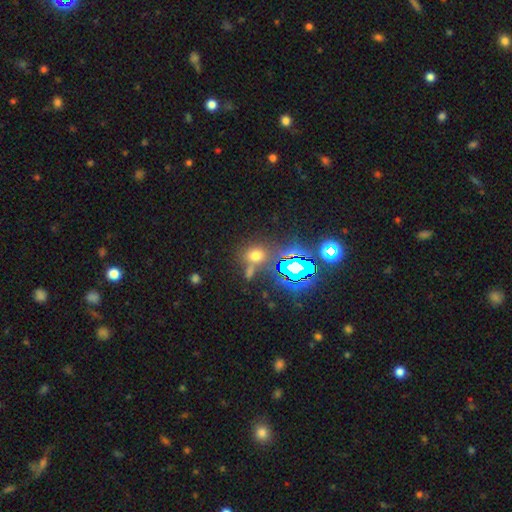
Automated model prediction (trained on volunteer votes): A smooth galaxy with no disk features (53%) that is round (60%).

Vote fractions:
- Smooth or featured? smooth: 53% / star or artifact: 38% / featured or disk: 9%
- How rounded? round: 60% / in between: 38% / cigar-shaped: 2%
- Merging? none: 64% / merger: 19% / minor disturbance: 11% / major disturbance: 6%